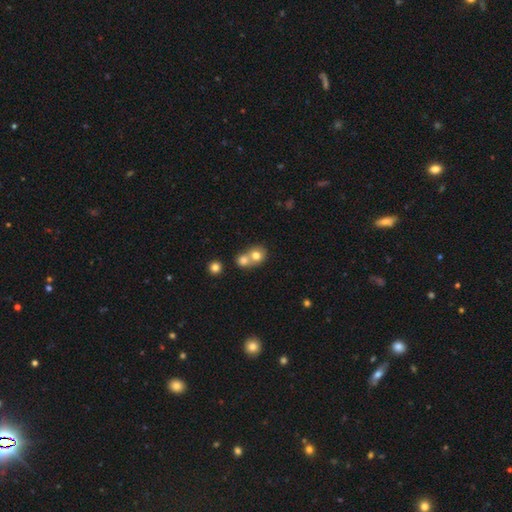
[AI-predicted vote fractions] Smooth or featured? smooth (75%)
How rounded? round (77%)
Merging? merger (61%)